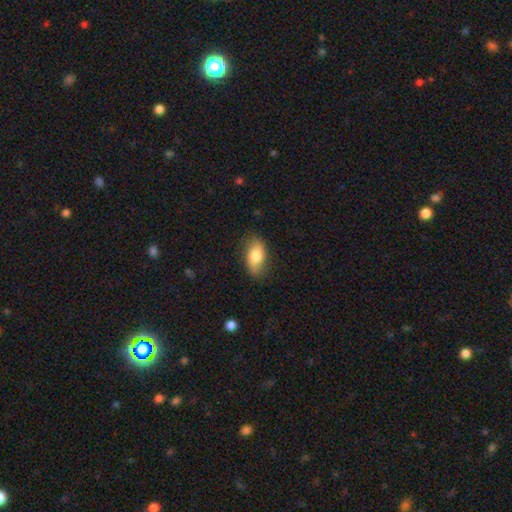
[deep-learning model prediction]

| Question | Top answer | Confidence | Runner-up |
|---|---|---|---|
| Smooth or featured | smooth | 78% | featured or disk (16%) |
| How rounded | in between | 90% | round (5%) |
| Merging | none | 80% | minor disturbance (15%) |